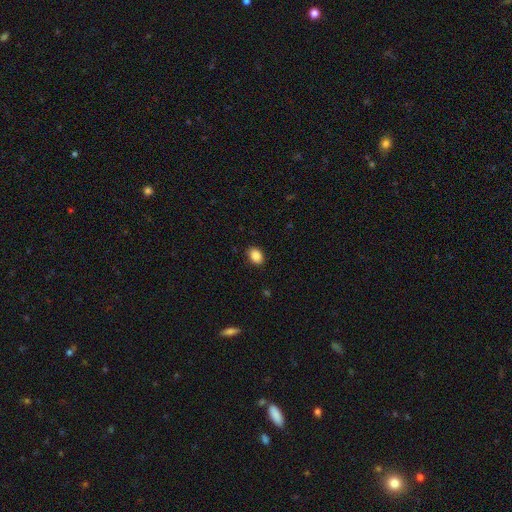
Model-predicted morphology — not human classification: smooth 88%, star or artifact 8%, featured or disk 4%. Down the decision tree: how rounded — in between (74%); merging — none (88%).